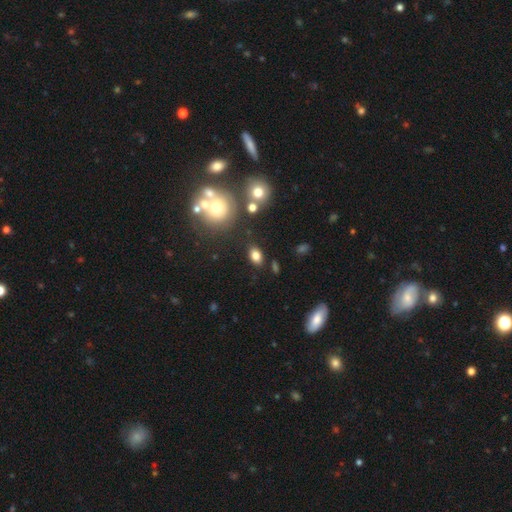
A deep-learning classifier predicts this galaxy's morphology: This is likely a smooth galaxy (79%). How rounded: clearly in between (82%). Merging: clearly none (82%).